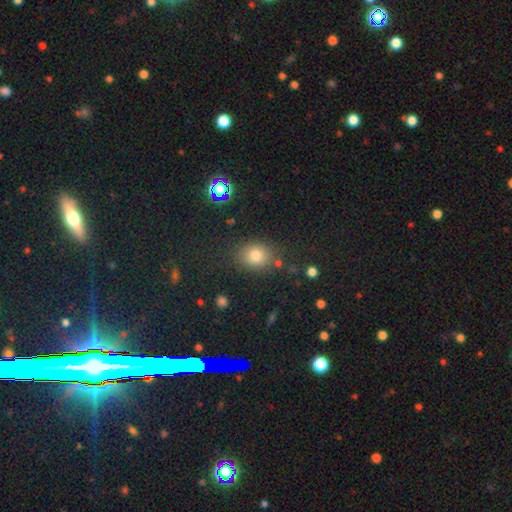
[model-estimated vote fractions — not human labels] Morphology: type=smooth (74%); roundness=round (60%); merging=none (81%).